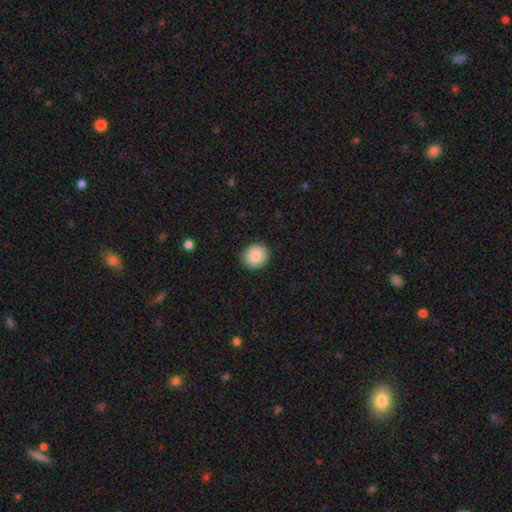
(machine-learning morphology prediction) smooth 86%, star or artifact 7%, featured or disk 7%. Down the decision tree: how rounded — round (80%); merging — none (90%).